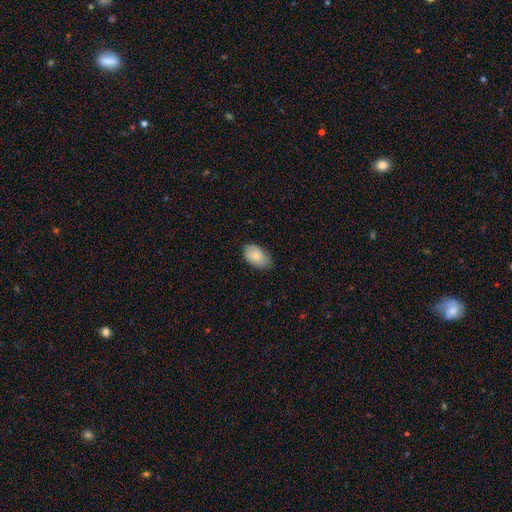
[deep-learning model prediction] smooth_or_featured: smooth (p=0.82) [alt: featured or disk p=0.12]
how_rounded: in between (p=0.92) [alt: round p=0.06]
merging: none (p=0.70) [alt: minor disturbance p=0.26]